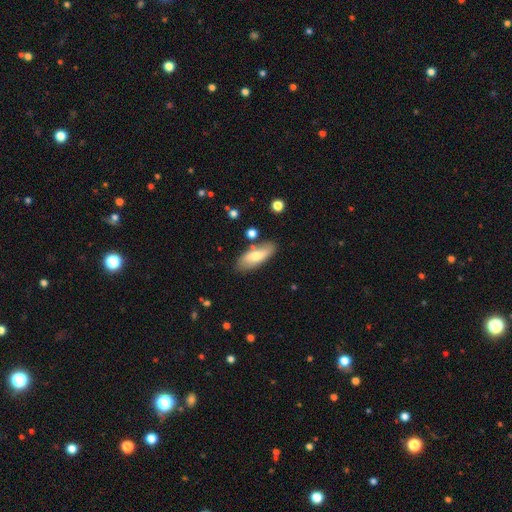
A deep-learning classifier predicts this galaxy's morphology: Q: Smooth or featured?
A: smooth (66%); runner-up: featured or disk (28%)
Q: How rounded?
A: in between (72%); runner-up: cigar-shaped (26%)
Q: Merging?
A: none (76%); runner-up: minor disturbance (14%)